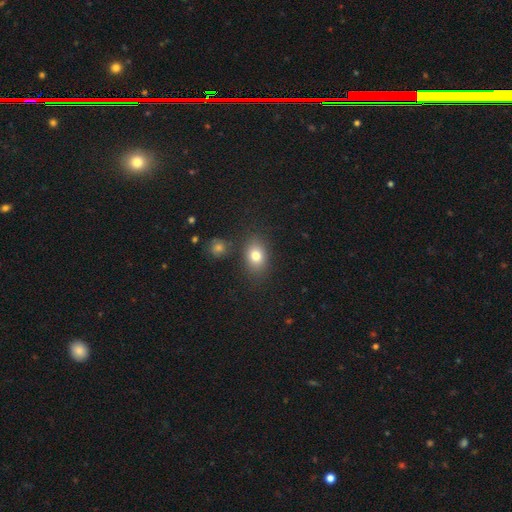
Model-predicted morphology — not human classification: Smooth or featured? smooth (79%)
How rounded? in between (68%)
Merging? none (79%)